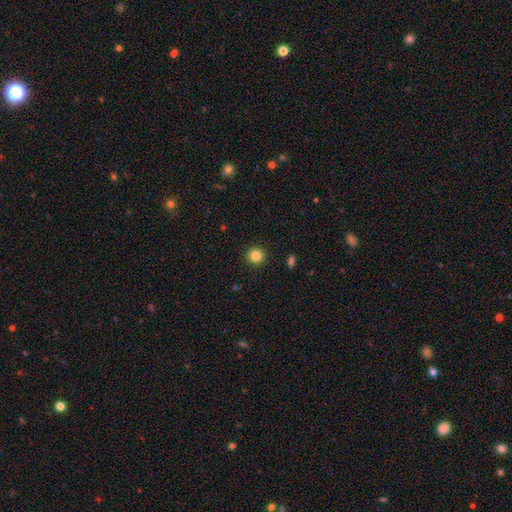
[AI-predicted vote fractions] Q: Smooth or featured?
A: smooth (84%); runner-up: star or artifact (11%)
Q: How rounded?
A: round (94%); runner-up: in between (5%)
Q: Merging?
A: none (93%); runner-up: minor disturbance (5%)